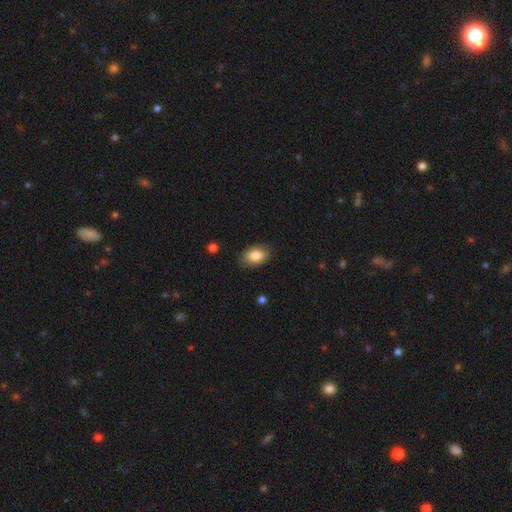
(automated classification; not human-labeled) The model was most divided on "merging": none: 84%, minor disturbance: 12%, major disturbance: 3%, merger: 1%. More confident: how rounded — in between (87%); smooth or featured — smooth (84%).